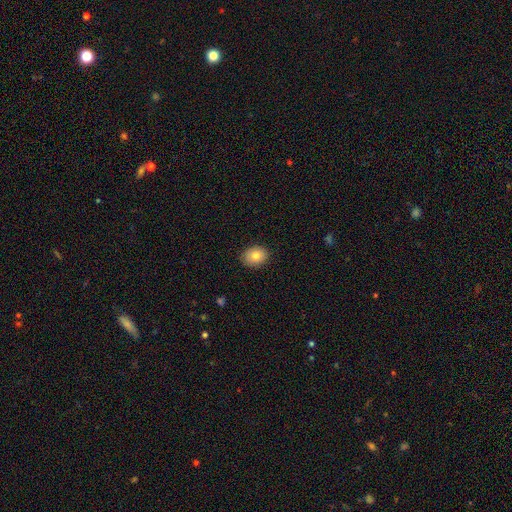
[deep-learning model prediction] A smooth galaxy with no disk features (81%) that is in between round and cigar-shaped (59%).

Vote fractions:
- Smooth or featured? smooth: 81% / featured or disk: 10% / star or artifact: 9%
- How rounded? in between: 59% / round: 40% / cigar-shaped: 1%
- Merging? none: 87% / minor disturbance: 9% / major disturbance: 2% / merger: 1%